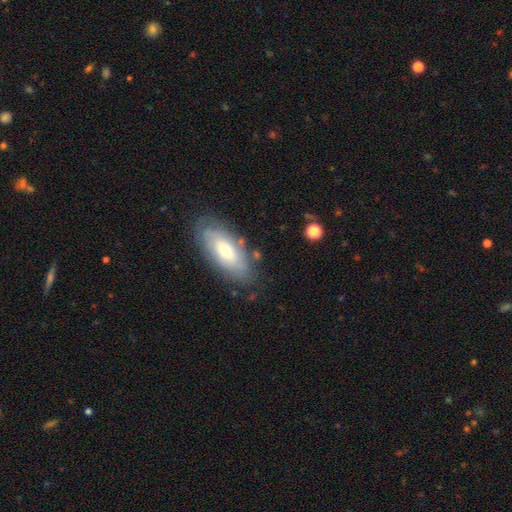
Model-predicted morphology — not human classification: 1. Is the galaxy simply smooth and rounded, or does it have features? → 56% smooth, 37% featured or disk, 7% star or artifact.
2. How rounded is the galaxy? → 83% in between, 14% cigar-shaped, 2% round.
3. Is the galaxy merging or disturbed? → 79% none, 15% minor disturbance, 4% major disturbance, 2% merger.